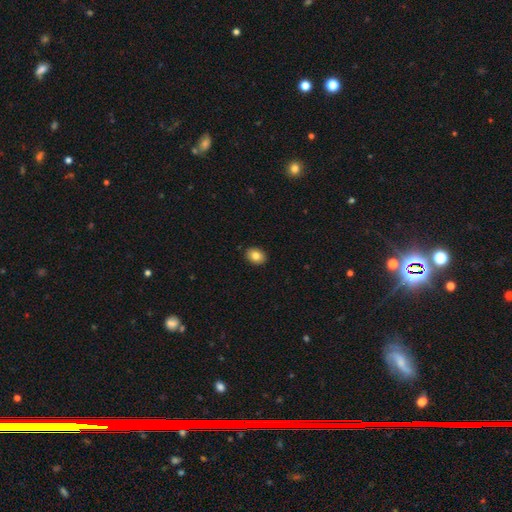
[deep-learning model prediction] smooth_or_featured: smooth (p=0.84) [alt: star or artifact p=0.08]
how_rounded: in between (p=0.63) [alt: round p=0.36]
merging: none (p=0.91) [alt: minor disturbance p=0.06]